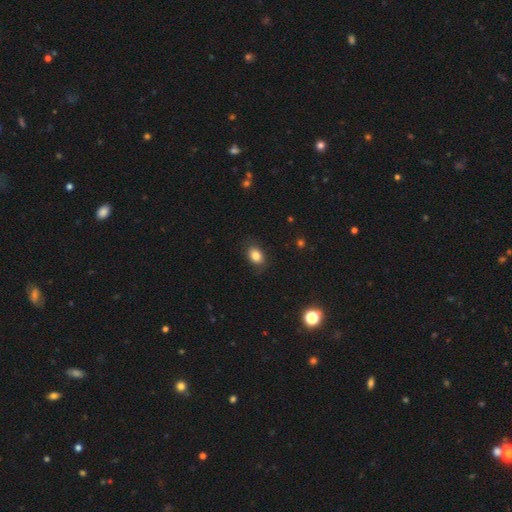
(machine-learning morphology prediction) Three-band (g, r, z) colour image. It shows a smooth galaxy with no disk features (83%) that is in between round and cigar-shaped (73%). Merging: none (81%).